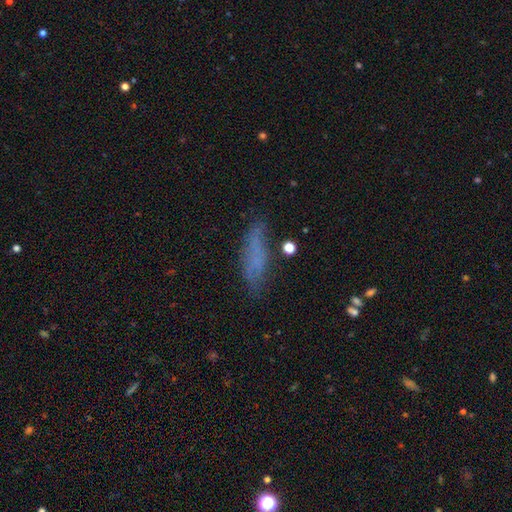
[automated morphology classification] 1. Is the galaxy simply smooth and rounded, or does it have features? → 63% smooth, 24% featured or disk, 13% star or artifact.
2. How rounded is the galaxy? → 62% cigar-shaped, 36% in between, 3% round.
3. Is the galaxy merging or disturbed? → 67% none, 21% minor disturbance, 8% major disturbance, 3% merger.